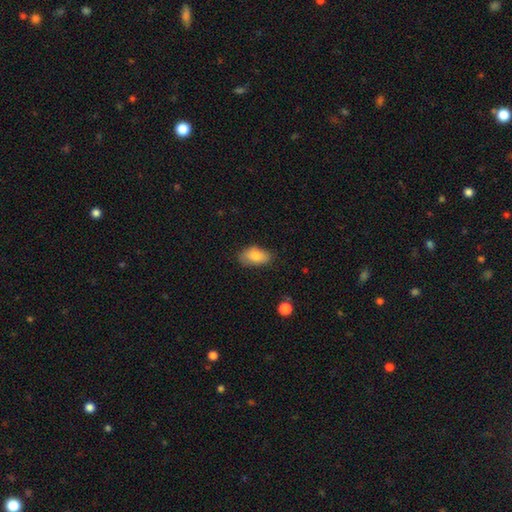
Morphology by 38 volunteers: This is clearly a smooth galaxy (84%). How rounded: clearly in between (94%). Merging: possibly none (53%).